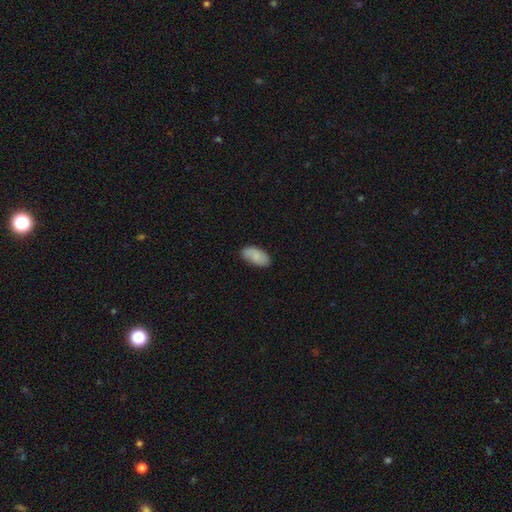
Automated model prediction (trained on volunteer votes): Morphology: type=smooth (79%); roundness=in between (95%); merging=none (82%).